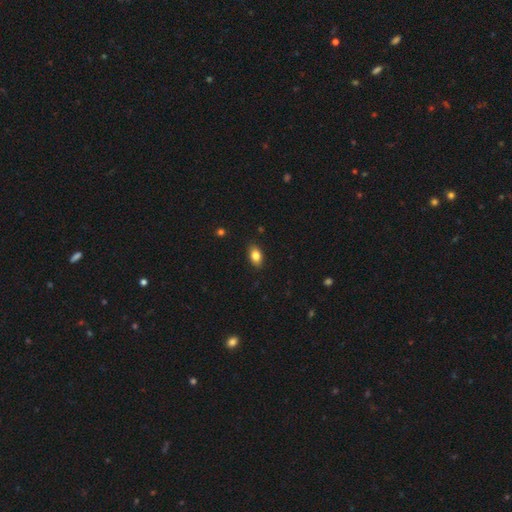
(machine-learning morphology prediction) type=smooth (84%); roundness=in between (88%); merging=none (88%).